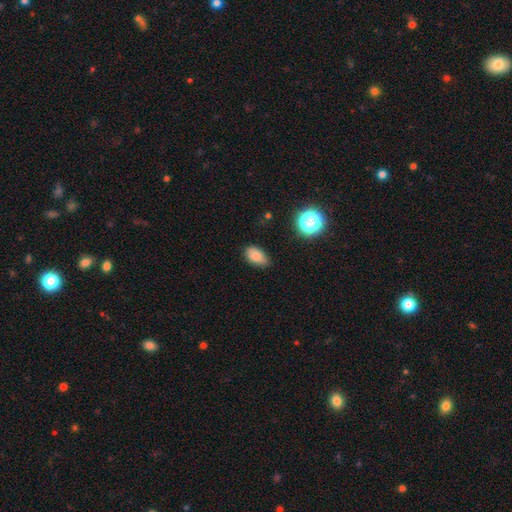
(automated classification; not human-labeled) A smooth galaxy with no disk features (81%) that is in between round and cigar-shaped (89%).

Vote fractions:
- Smooth or featured? smooth: 81% / star or artifact: 11% / featured or disk: 8%
- How rounded? in between: 89% / round: 9% / cigar-shaped: 2%
- Merging? none: 76% / minor disturbance: 20% / major disturbance: 3% / merger: 1%